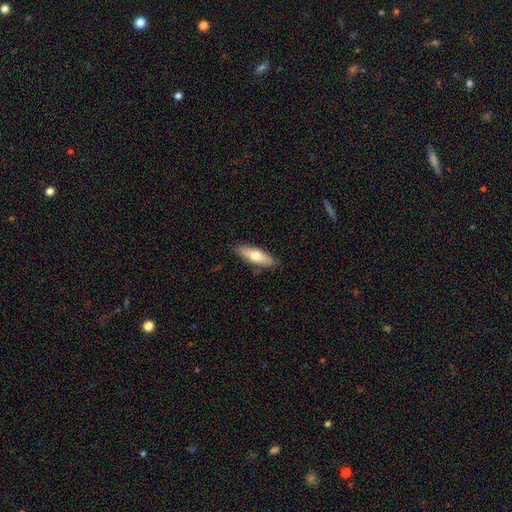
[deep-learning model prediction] Smooth or featured? Predicted: smooth (p=0.66). How rounded? Predicted: in between (p=0.52). Merging? Predicted: none (p=0.87).